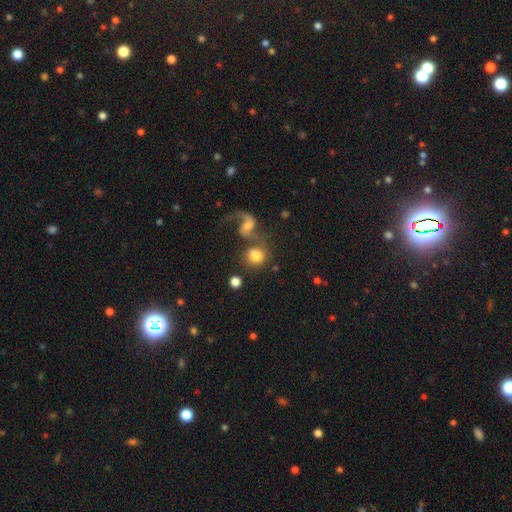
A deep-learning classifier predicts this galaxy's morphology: Smooth or featured: smooth — 69% (featured or disk — 22%)
How rounded: round — 80% (in between — 19%)
Merging: none — 43% (merger — 36%)